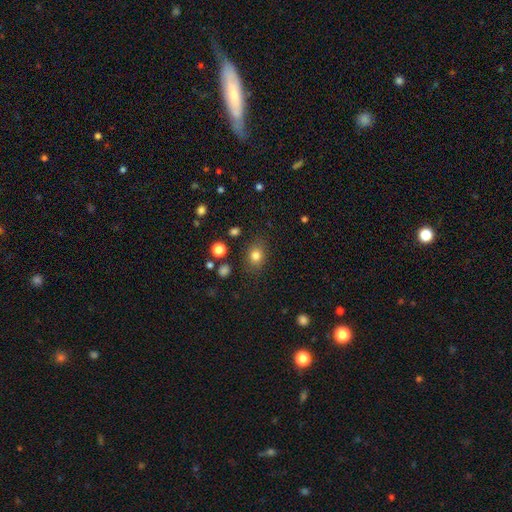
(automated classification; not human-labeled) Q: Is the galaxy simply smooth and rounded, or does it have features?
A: smooth — 80%.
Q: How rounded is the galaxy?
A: round — 50%.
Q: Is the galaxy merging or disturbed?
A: none — 82%.